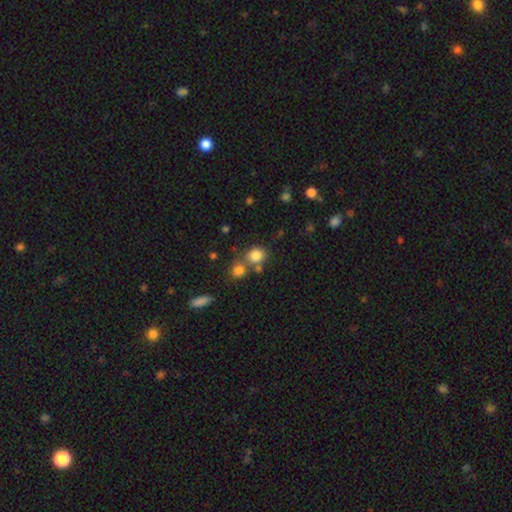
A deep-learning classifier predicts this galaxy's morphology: smooth 81%, star or artifact 12%, featured or disk 7%. Down the decision tree: how rounded — round (77%); merging — none (56%).